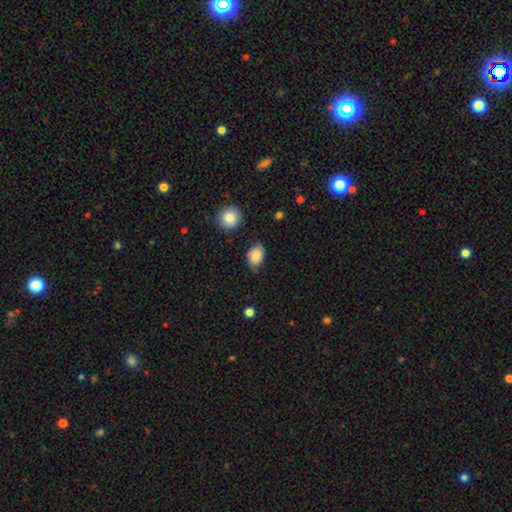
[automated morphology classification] smooth 68%, featured or disk 23%, star or artifact 9%. Down the decision tree: how rounded — in between (76%); merging — none (61%).